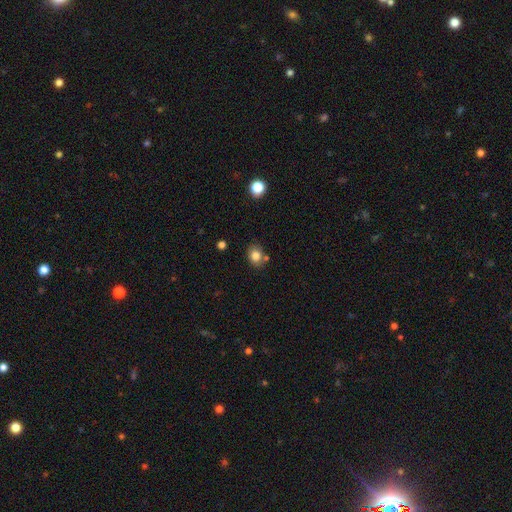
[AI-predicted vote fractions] This is clearly a smooth galaxy (81%). How rounded: possibly round (50%). Merging: likely none (73%).